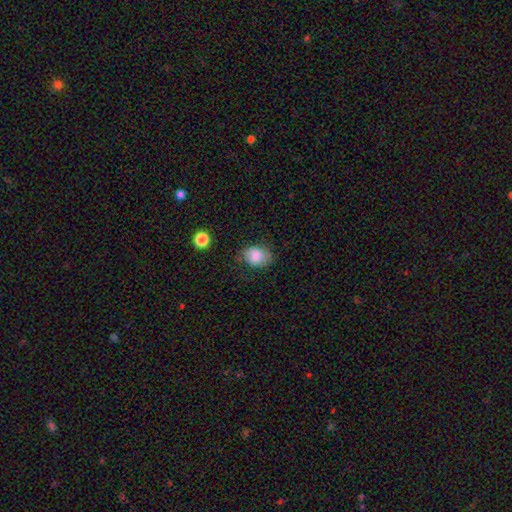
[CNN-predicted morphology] Smooth or featured: smooth — 79% (featured or disk — 12%)
How rounded: in between — 65% (round — 34%)
Merging: none — 61% (minor disturbance — 27%)